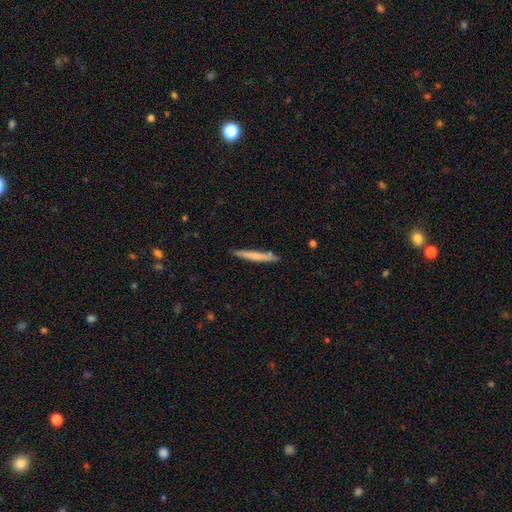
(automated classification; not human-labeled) Morphology: type=smooth (63%); roundness=cigar-shaped (96%); merging=none (85%).